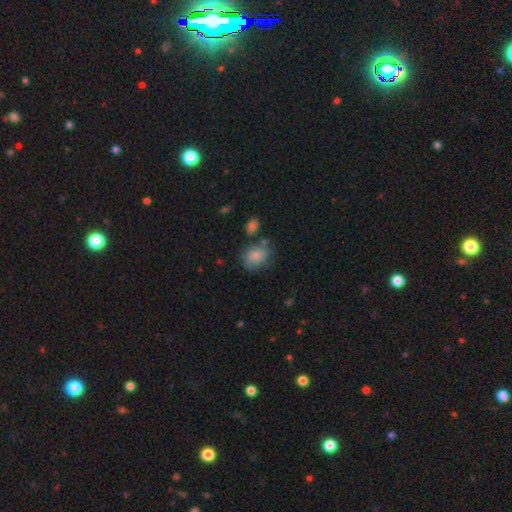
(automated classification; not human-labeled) smooth-or-featured: smooth: 80% | featured or disk: 11% | star or artifact: 8%
  how-rounded: in between: 58% | round: 41% | cigar-shaped: 1%
  merging: none: 54% | minor disturbance: 25% | merger: 10% | major disturbance: 10%